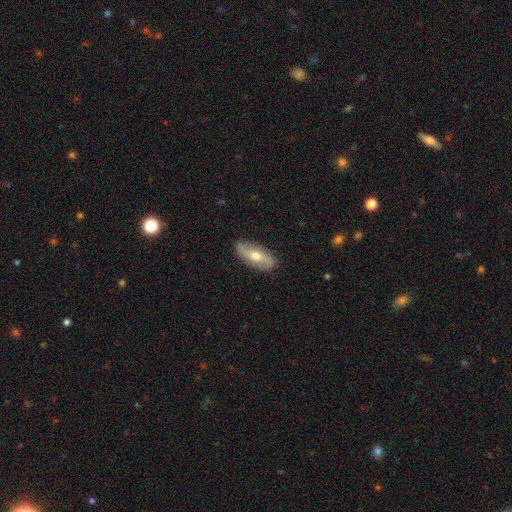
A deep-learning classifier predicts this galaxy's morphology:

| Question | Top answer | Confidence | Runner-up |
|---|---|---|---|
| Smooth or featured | featured or disk | 52% | smooth (42%) |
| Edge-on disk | no | 78% | yes (22%) |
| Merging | none | 85% | minor disturbance (11%) |